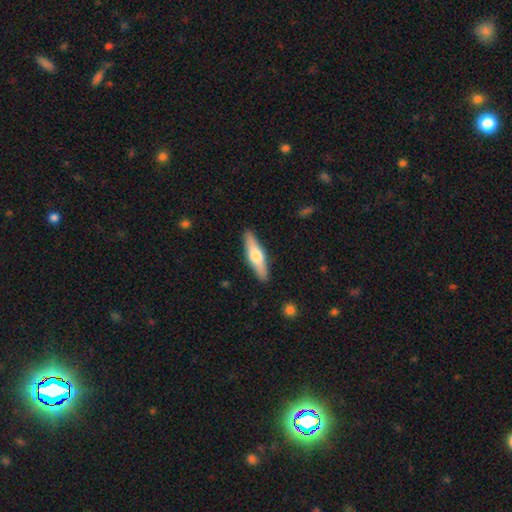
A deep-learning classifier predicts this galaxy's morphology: smooth_or_featured: smooth (p=0.50) [alt: featured or disk p=0.45]
merging: none (p=0.89) [alt: minor disturbance p=0.08]